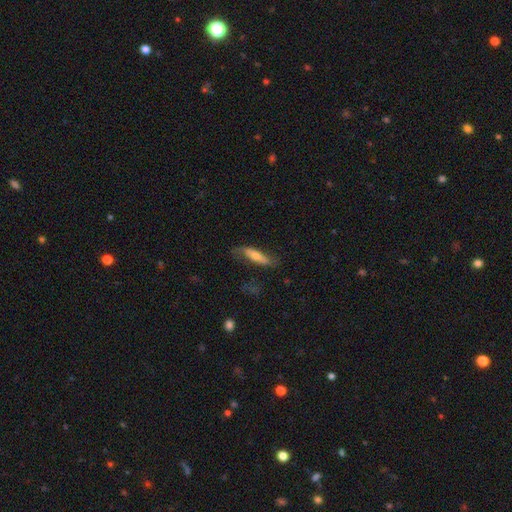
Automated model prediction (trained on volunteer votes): Overall: smooth (52%; featured or disk 42%). How rounded: cigar-shaped (68%; in between 30%). Merging: none (65%).